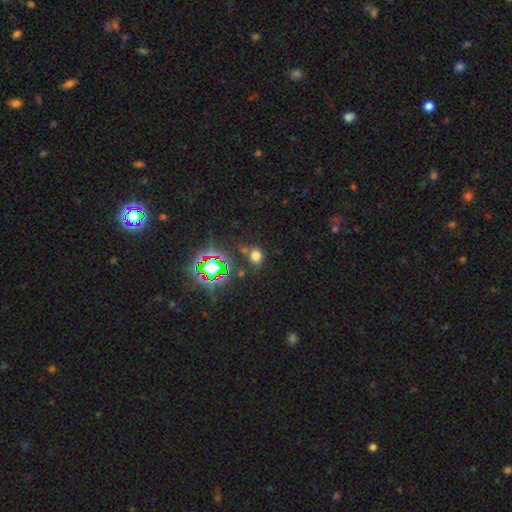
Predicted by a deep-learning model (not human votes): This appears to be a smooth galaxy with no disk features (64%) that is round (65%). Merging: none (74%).